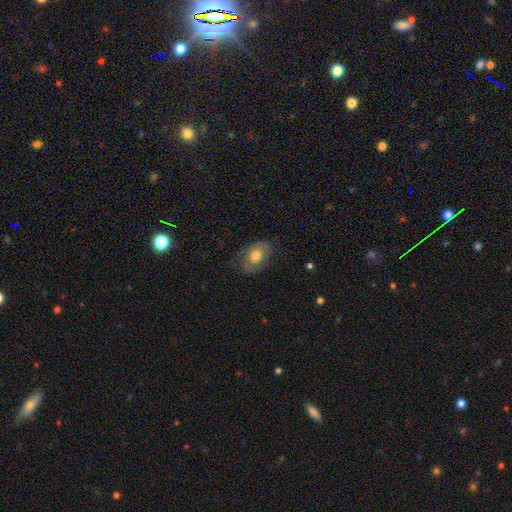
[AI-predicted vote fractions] smooth_or_featured: smooth (p=0.63) [alt: featured or disk p=0.30]
how_rounded: in between (p=0.80) [alt: round p=0.19]
merging: none (p=0.68) [alt: minor disturbance p=0.22]